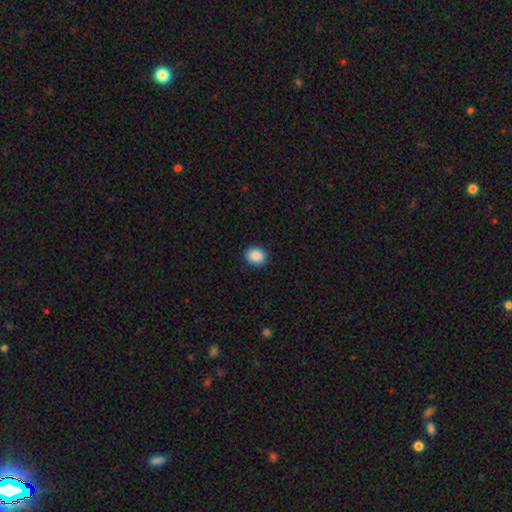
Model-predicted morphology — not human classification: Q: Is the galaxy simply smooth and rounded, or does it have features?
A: smooth — 89%.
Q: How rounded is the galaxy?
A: round — 56%.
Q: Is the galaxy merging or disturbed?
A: none — 90%.